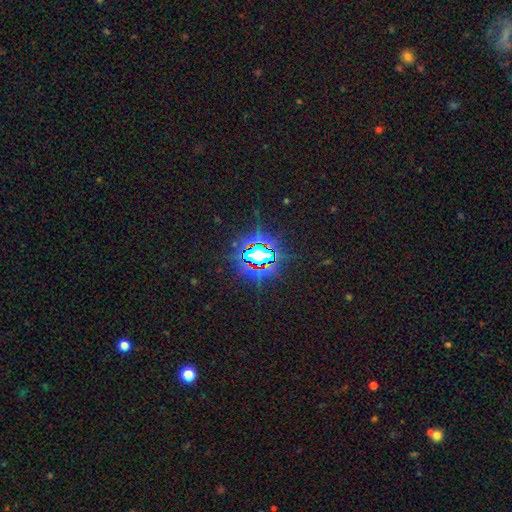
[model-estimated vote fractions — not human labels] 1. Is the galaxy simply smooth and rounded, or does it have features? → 81% star or artifact, 11% smooth, 8% featured or disk.